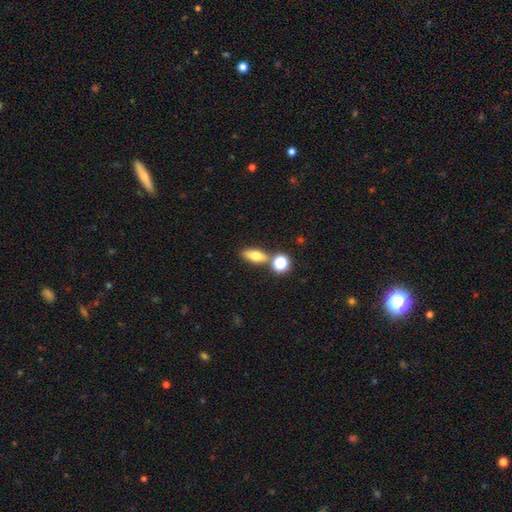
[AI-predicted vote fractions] This is likely a smooth galaxy (71%). How rounded: likely in between (71%). Merging: likely none (71%).